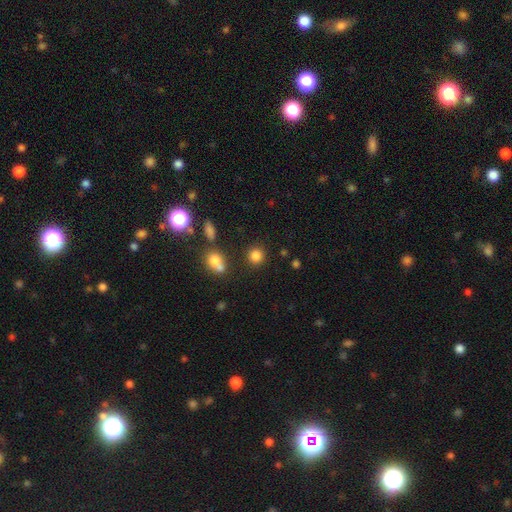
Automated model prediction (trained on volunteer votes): A smooth galaxy with no disk features (81%) that is round (88%). Merging: none (79%).